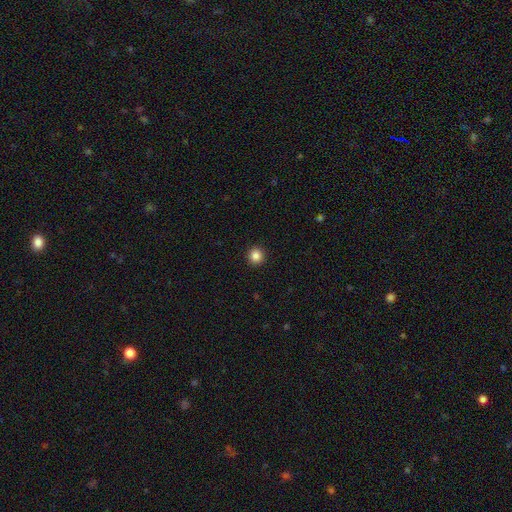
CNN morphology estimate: Smooth or featured?
  - smooth: 86% *
  - star or artifact: 11%
  - featured or disk: 4%
How rounded?
  - round: 95% *
  - in between: 4%
  - cigar-shaped: 1%
Merging?
  - none: 93% *
  - minor disturbance: 4%
  - major disturbance: 2%
  - merger: 1%